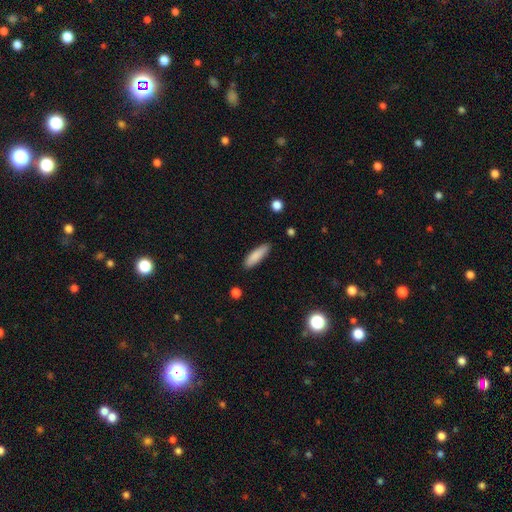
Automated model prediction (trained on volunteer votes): Morphology: type=smooth (86%); roundness=cigar-shaped (58%); merging=none (86%).